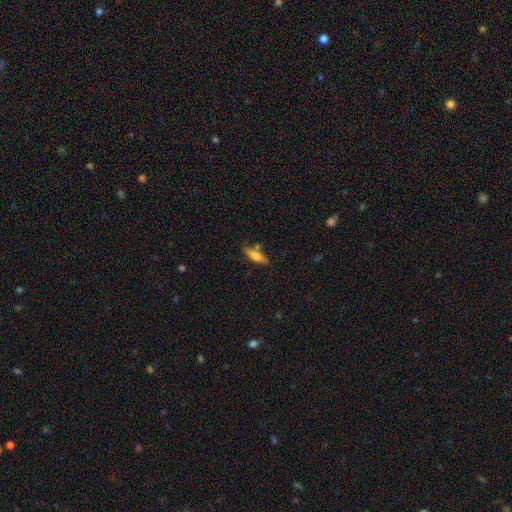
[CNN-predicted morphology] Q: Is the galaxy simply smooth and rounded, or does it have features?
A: smooth — 61%.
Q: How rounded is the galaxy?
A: cigar-shaped — 59%.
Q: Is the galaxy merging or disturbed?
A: none — 70%.